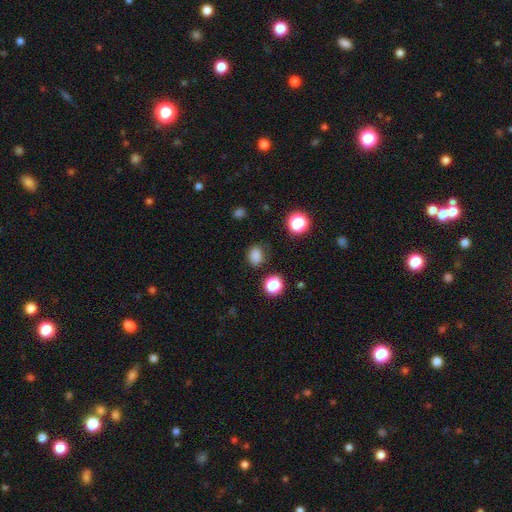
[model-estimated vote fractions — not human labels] Q: Smooth or featured?
A: smooth (80%); runner-up: star or artifact (16%)
Q: How rounded?
A: in between (52%); runner-up: round (47%)
Q: Merging?
A: none (77%); runner-up: minor disturbance (16%)